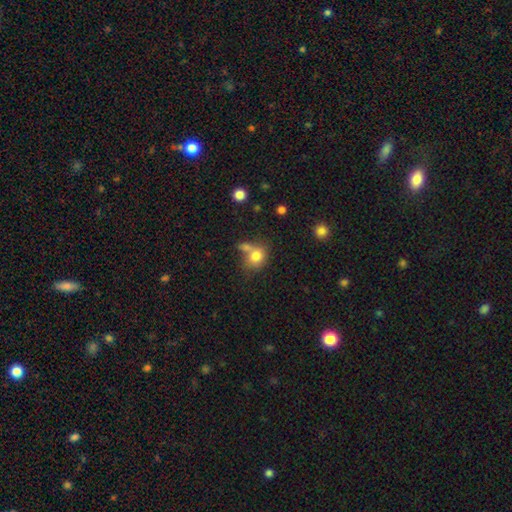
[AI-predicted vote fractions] Smooth or featured: smooth — 79% (featured or disk — 11%)
How rounded: round — 54% (in between — 44%)
Merging: none — 41% (merger — 36%)